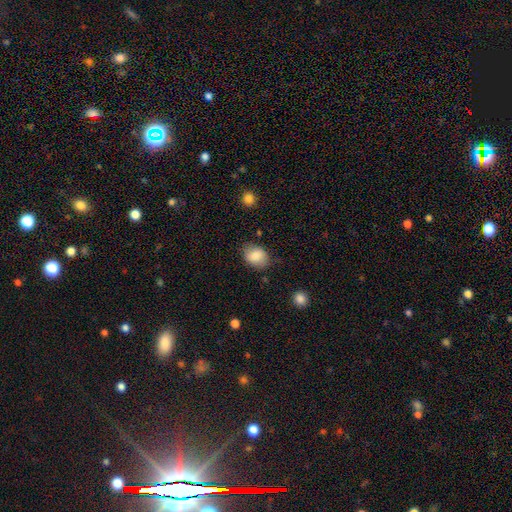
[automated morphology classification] Q: Smooth or featured?
A: smooth (83%); runner-up: featured or disk (10%)
Q: How rounded?
A: in between (68%); runner-up: round (31%)
Q: Merging?
A: none (73%); runner-up: minor disturbance (20%)